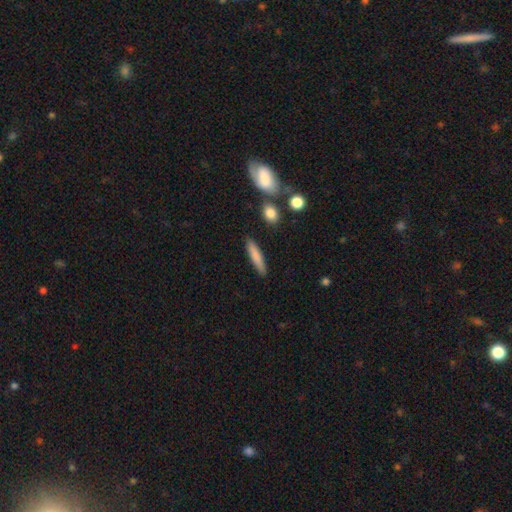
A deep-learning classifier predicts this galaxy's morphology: type=smooth (80%); roundness=cigar-shaped (85%); merging=none (86%).